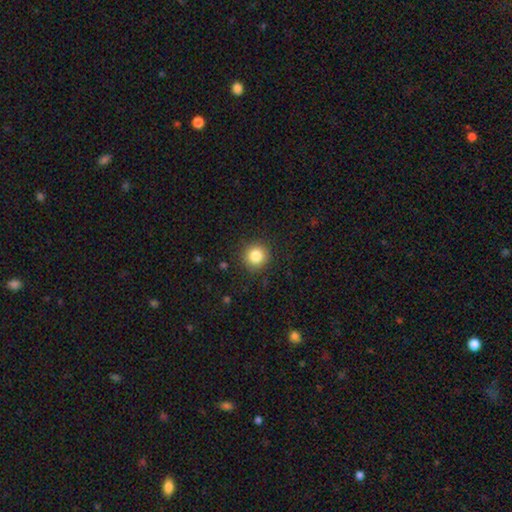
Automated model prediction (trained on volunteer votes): Morphology: type=smooth (84%); roundness=round (92%); merging=none (89%).